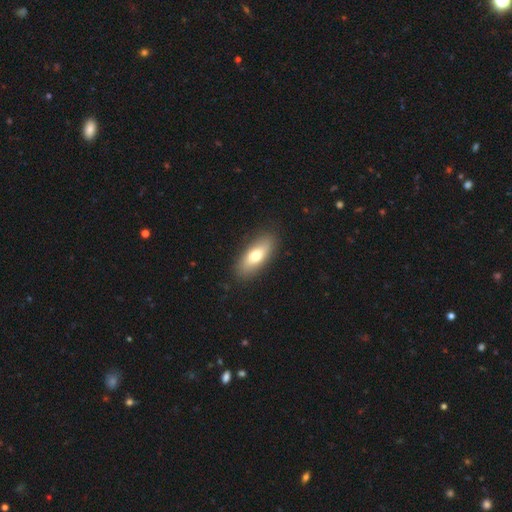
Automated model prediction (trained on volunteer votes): Q: Smooth or featured?
A: smooth (69%); runner-up: featured or disk (25%)
Q: How rounded?
A: in between (77%); runner-up: cigar-shaped (19%)
Q: Merging?
A: none (87%); runner-up: minor disturbance (10%)